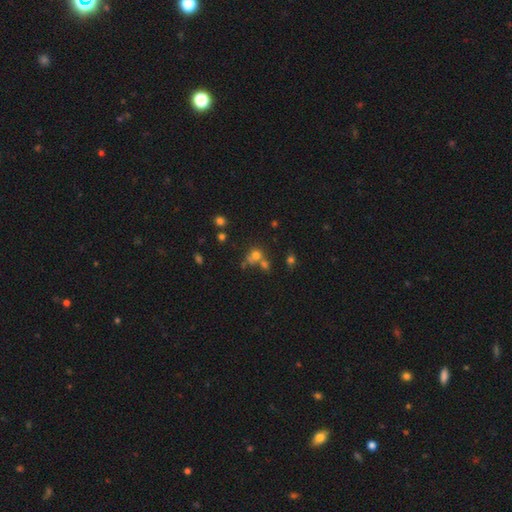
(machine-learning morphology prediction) A smooth galaxy with no disk features (65%) that is round (76%). Merging: merger (41%).